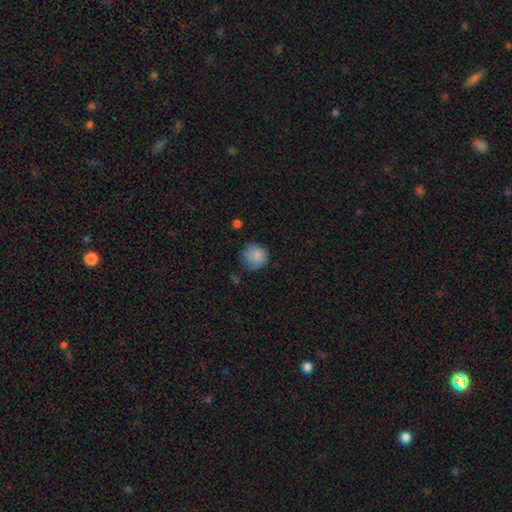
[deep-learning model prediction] smooth-or-featured: smooth: 85% | star or artifact: 8% | featured or disk: 7%
  how-rounded: round: 88% | in between: 12% | cigar-shaped: 1%
  merging: none: 64% | minor disturbance: 27% | major disturbance: 7% | merger: 3%